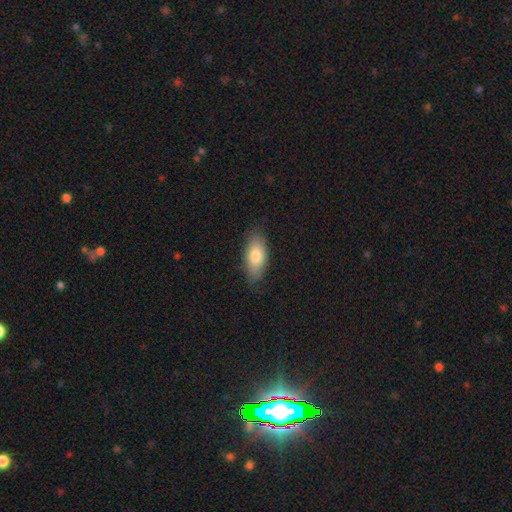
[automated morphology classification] The model was most divided on "smooth or featured": smooth: 78%, featured or disk: 16%, star or artifact: 6%. More confident: how rounded — in between (86%); merging — none (83%).